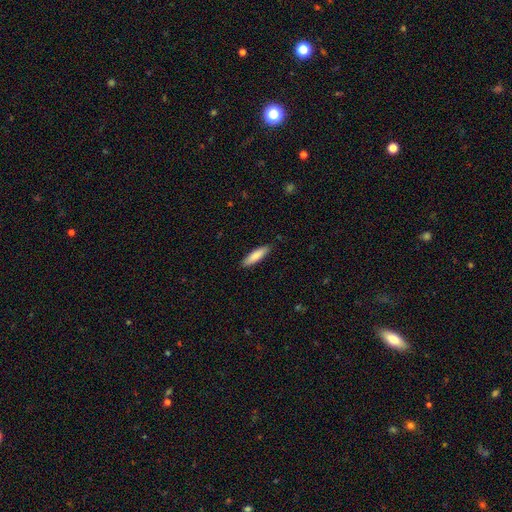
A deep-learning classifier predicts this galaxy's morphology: type=smooth (83%); roundness=cigar-shaped (66%); merging=none (88%).